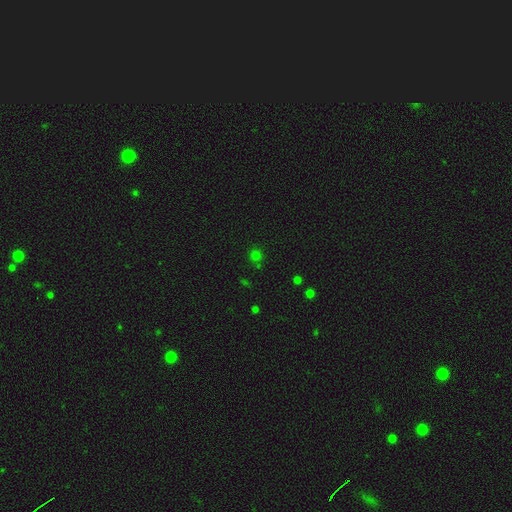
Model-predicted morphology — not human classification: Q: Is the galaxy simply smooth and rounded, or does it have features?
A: smooth — 65%.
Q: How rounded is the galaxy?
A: round — 90%.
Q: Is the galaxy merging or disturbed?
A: none — 82%.